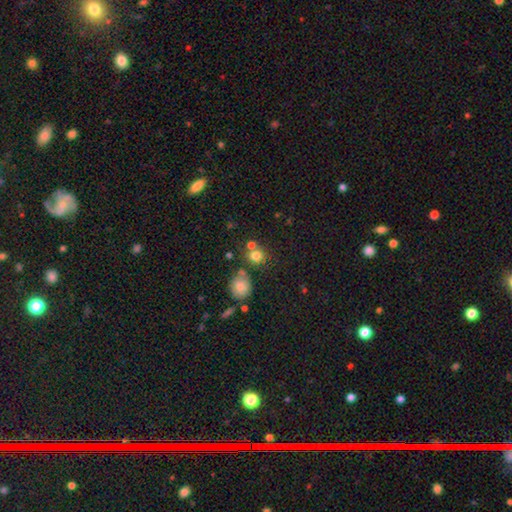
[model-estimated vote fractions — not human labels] Smooth or featured?
  - smooth: 75% *
  - star or artifact: 15%
  - featured or disk: 9%
How rounded?
  - round: 79% *
  - in between: 20%
  - cigar-shaped: 1%
Merging?
  - none: 58% *
  - merger: 26%
  - minor disturbance: 11%
  - major disturbance: 5%